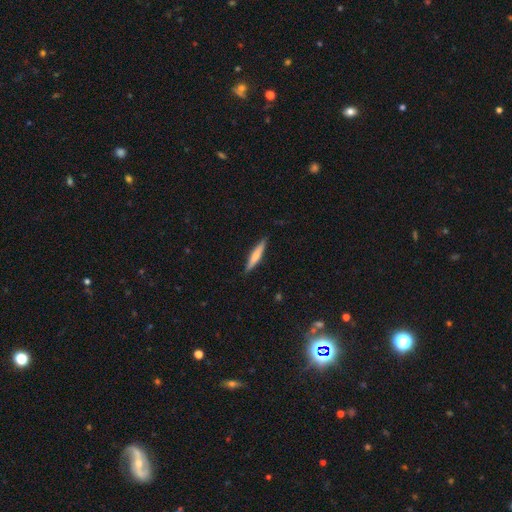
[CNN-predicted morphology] smooth 60%, featured or disk 35%, star or artifact 6%. Down the decision tree: how rounded — cigar-shaped (90%); merging — none (89%).